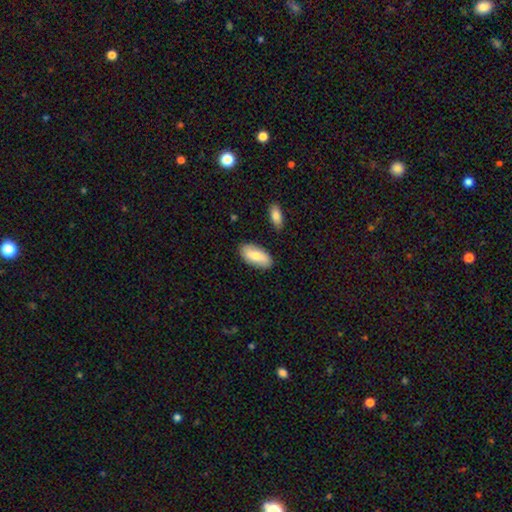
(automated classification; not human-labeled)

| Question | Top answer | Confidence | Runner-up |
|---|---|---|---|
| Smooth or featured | smooth | 71% | featured or disk (24%) |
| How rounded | in between | 90% | cigar-shaped (7%) |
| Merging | none | 83% | minor disturbance (11%) |